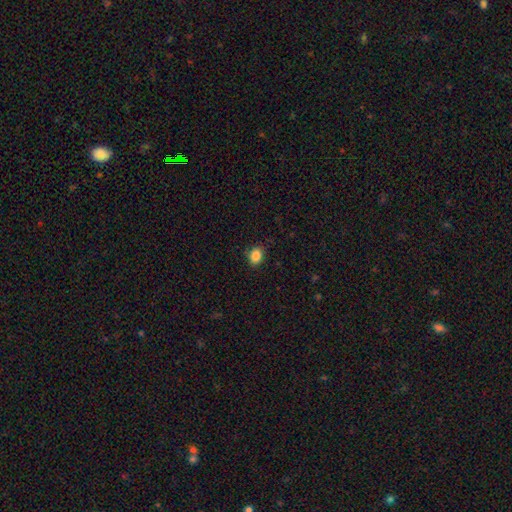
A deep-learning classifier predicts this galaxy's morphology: Q: Smooth or featured?
A: smooth (87%); runner-up: star or artifact (10%)
Q: How rounded?
A: in between (58%); runner-up: round (41%)
Q: Merging?
A: none (84%); runner-up: minor disturbance (12%)